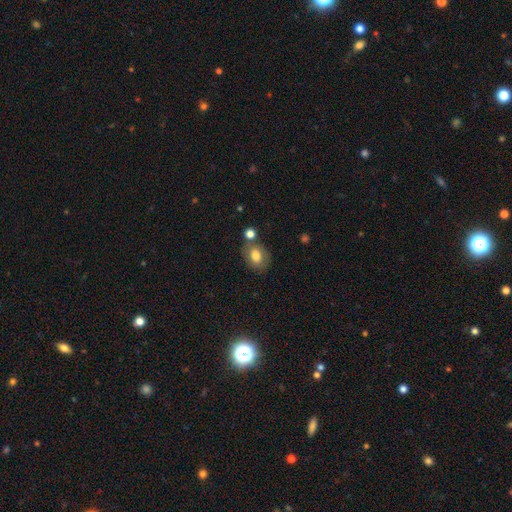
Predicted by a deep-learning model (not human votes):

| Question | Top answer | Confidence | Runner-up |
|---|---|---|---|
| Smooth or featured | smooth | 77% | featured or disk (14%) |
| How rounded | in between | 65% | round (34%) |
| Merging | none | 67% | minor disturbance (15%) |